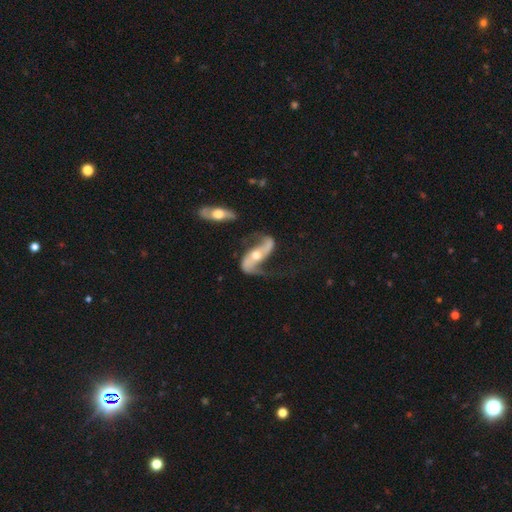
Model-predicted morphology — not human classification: This is clearly a featured or disk galaxy (87%). It is clearly not viewed edge-on (89%). Bar: marginally no (38%). Spiral arm pattern: clearly yes (94%). Spiral arm count: clearly 2 (91%). Spiral winding: likely loose (75%). Central bulge: likely moderate (65%). Merging: possibly none (54%).